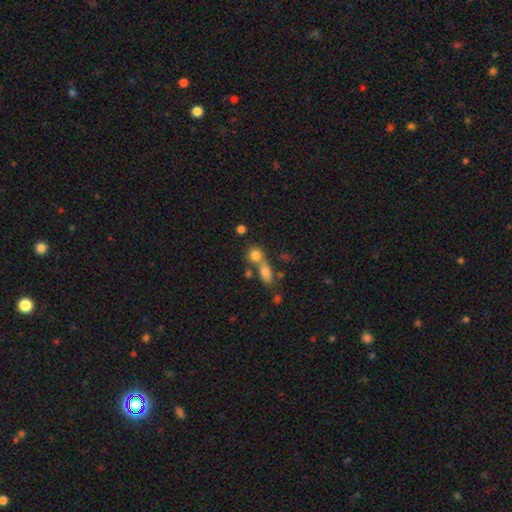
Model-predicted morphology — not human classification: Smooth or featured? Predicted: smooth (p=0.77). How rounded? Predicted: round (p=0.70). Merging? Predicted: merger (p=0.47).